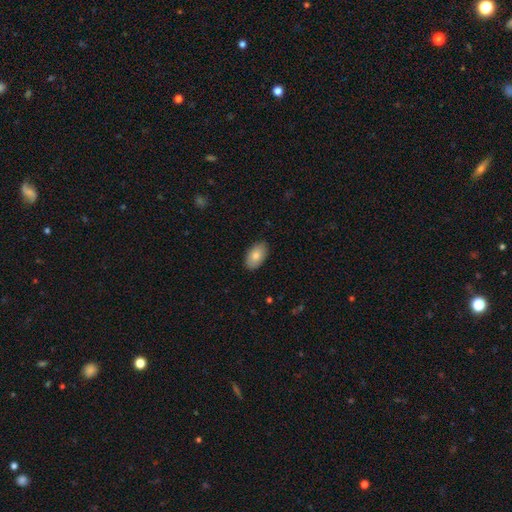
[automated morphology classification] smooth 80%, featured or disk 14%, star or artifact 7%. Down the decision tree: how rounded — in between (94%); merging — none (87%).